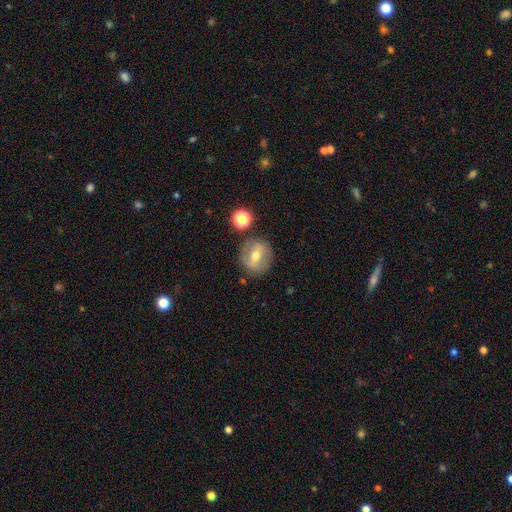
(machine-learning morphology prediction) The model was most divided on "smooth or featured": featured or disk: 54%, smooth: 37%, star or artifact: 9%. More confident: edge-on disk — no (92%); merging — none (82%).